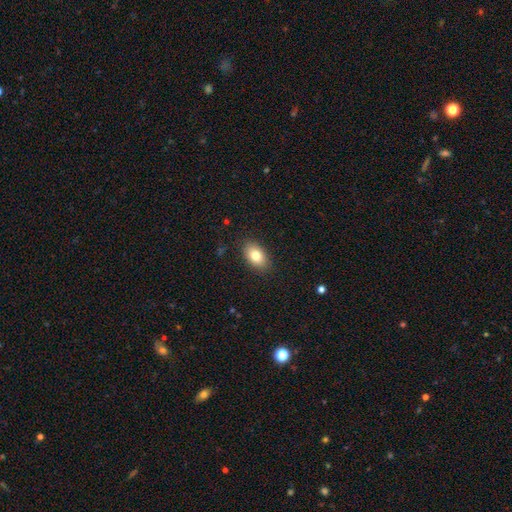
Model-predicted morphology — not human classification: This is likely a smooth galaxy (79%). How rounded: clearly in between (88%). Merging: clearly none (87%).